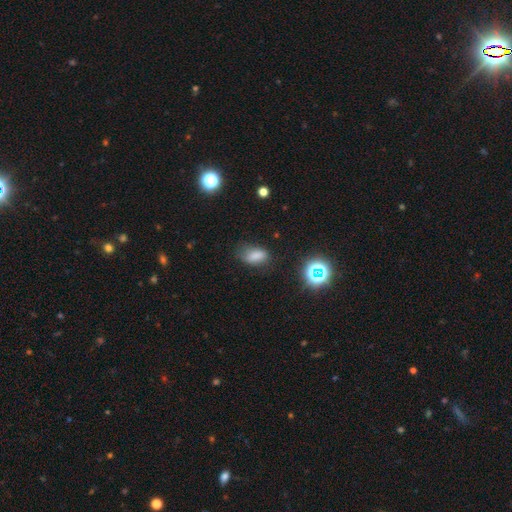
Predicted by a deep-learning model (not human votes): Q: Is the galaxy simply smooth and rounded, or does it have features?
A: smooth — 76%.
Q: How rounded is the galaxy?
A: in between — 86%.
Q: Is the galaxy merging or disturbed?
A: none — 61%.